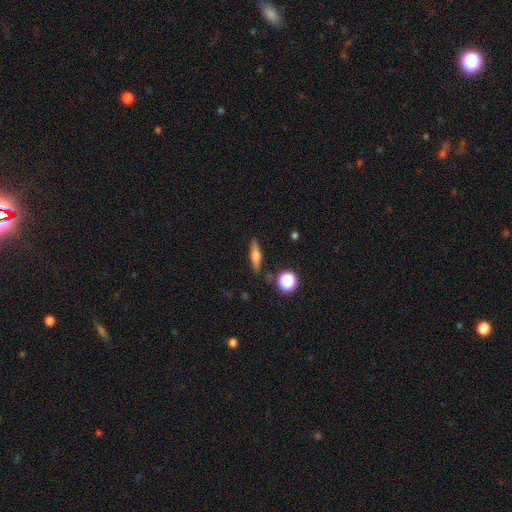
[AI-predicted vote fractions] A smooth galaxy with no disk features (58%) that is cigar-shaped (72%). Merging: none (85%).